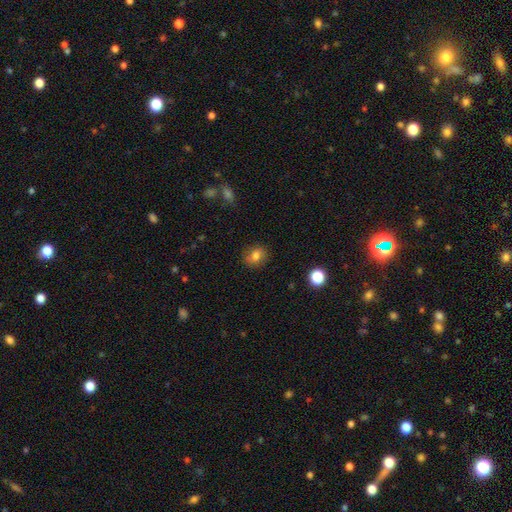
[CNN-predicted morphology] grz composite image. It shows a smooth galaxy with no disk features (75%) that is round (55%). Merging: none (81%).